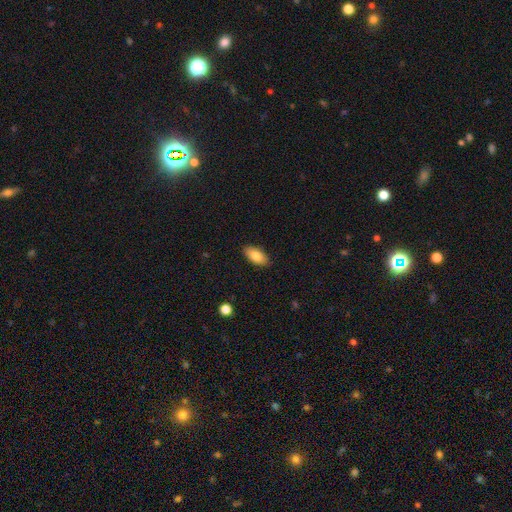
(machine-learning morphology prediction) This appears to be a smooth galaxy with no disk features (84%) that is in between round and cigar-shaped (91%). Merging: none (88%).